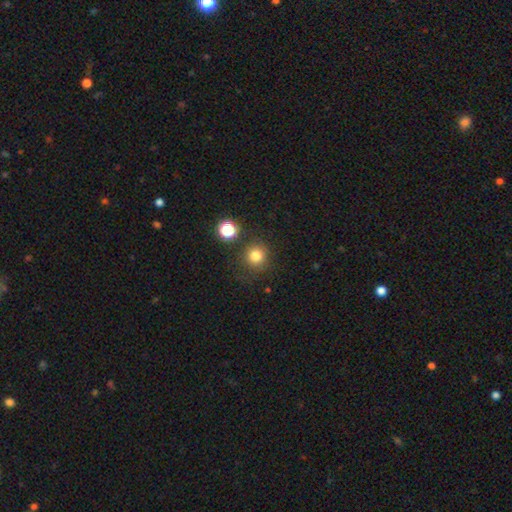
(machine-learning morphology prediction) type=smooth (79%); roundness=round (92%); merging=none (83%).